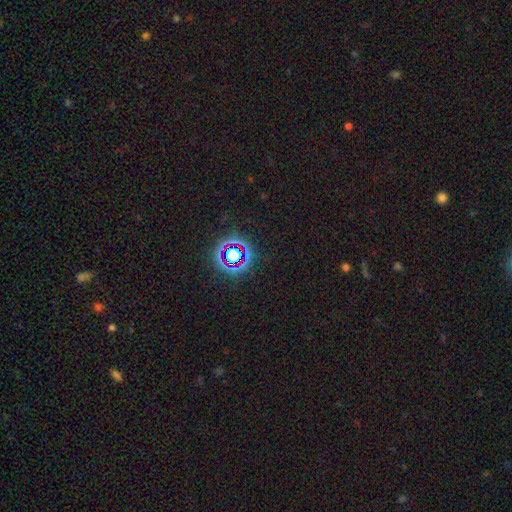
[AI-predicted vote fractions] Smooth or featured? Predicted: star or artifact (p=0.74).